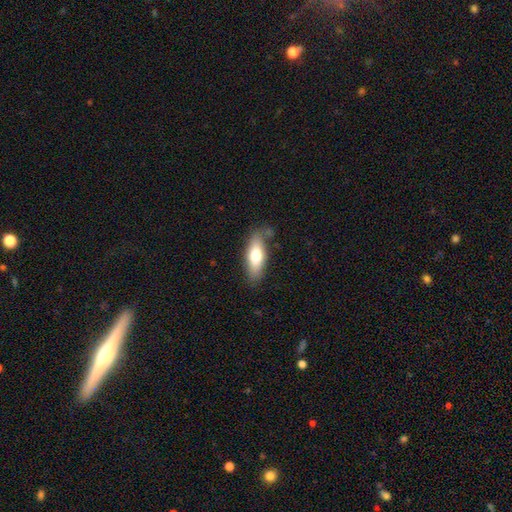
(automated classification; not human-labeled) Smooth or featured? smooth (70%)
How rounded? in between (66%)
Merging? none (75%)